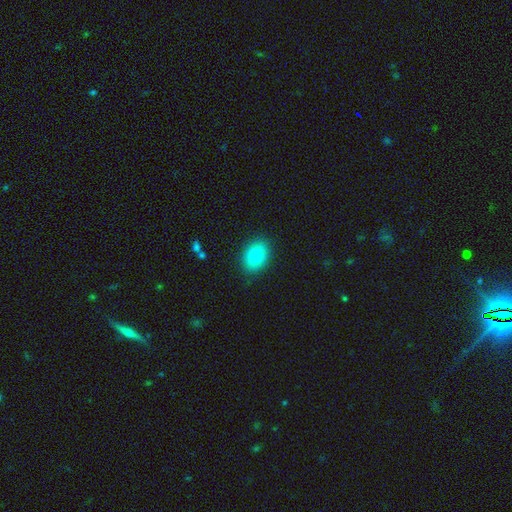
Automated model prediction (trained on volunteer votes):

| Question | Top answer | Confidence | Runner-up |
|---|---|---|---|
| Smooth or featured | smooth | 83% | featured or disk (9%) |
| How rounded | in between | 77% | round (22%) |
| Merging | none | 87% | minor disturbance (9%) |